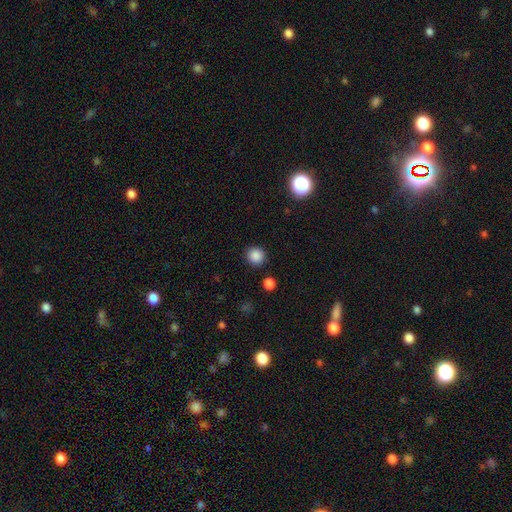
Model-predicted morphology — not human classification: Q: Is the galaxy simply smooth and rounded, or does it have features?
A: smooth — 86%.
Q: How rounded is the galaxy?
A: round — 92%.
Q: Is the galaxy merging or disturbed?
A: none — 90%.